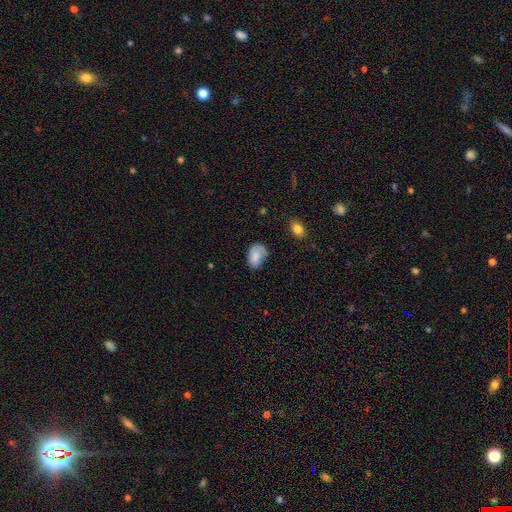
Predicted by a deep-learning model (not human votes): Morphology: type=smooth (72%); roundness=in between (81%); merging=none (52%).